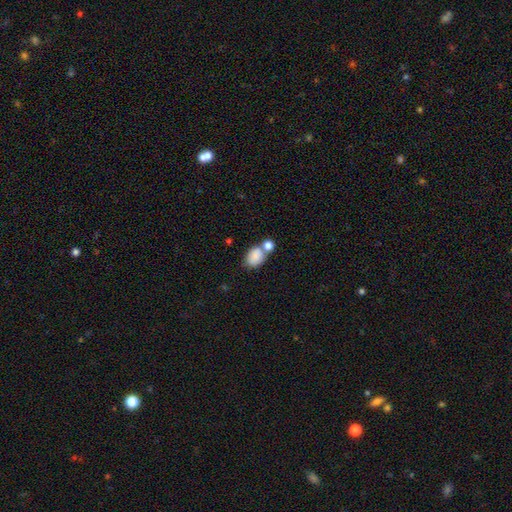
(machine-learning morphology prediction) The model was most divided on "merging": none: 42%, merger: 40%, minor disturbance: 13%, major disturbance: 5%. More confident: smooth or featured — smooth (84%); how rounded — in between (73%).